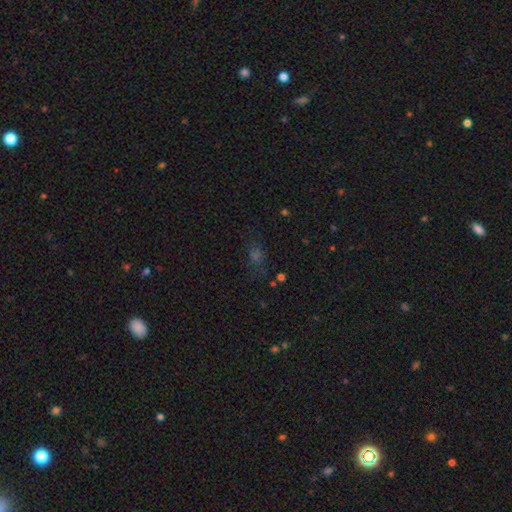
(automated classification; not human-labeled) smooth-or-featured: star or artifact: 46% | smooth: 40% | featured or disk: 14%